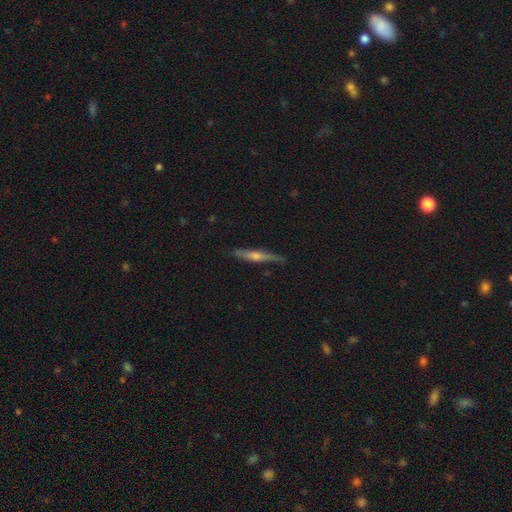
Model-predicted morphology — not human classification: Q: Smooth or featured?
A: featured or disk (71%); runner-up: smooth (23%)
Q: Edge-on disk?
A: yes (96%); runner-up: no (4%)
Q: Edge-on bulge?
A: rounded (79%); runner-up: none (13%)
Q: Merging?
A: none (87%); runner-up: minor disturbance (10%)